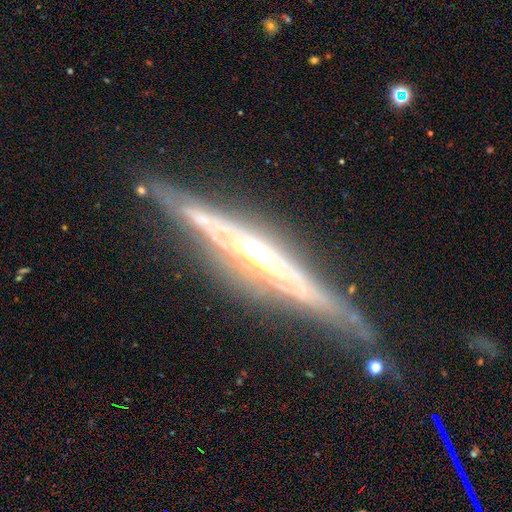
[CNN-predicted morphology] This appears to be a featured or disk galaxy (87%) viewed edge-on (93%) with a rounded central bulge (61%). Merging: none (78%).